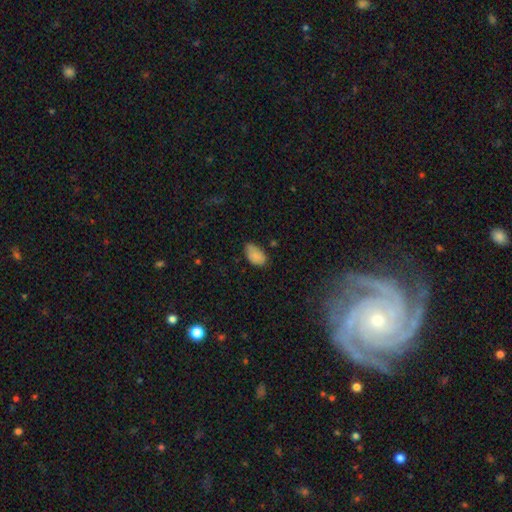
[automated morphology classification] A smooth galaxy with no disk features (85%) that is in between round and cigar-shaped (93%).

Vote fractions:
- Smooth or featured? smooth: 85% / star or artifact: 9% / featured or disk: 6%
- How rounded? in between: 93% / round: 6% / cigar-shaped: 2%
- Merging? none: 54% / minor disturbance: 36% / major disturbance: 7% / merger: 2%